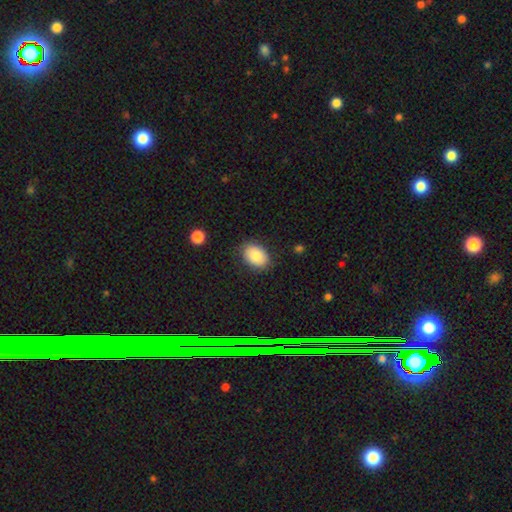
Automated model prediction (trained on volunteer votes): smooth 83%, featured or disk 9%, star or artifact 7%. Down the decision tree: how rounded — in between (78%); merging — none (83%).